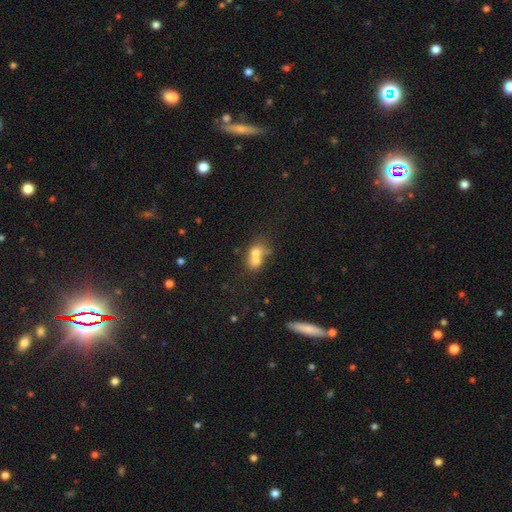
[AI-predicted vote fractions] smooth-or-featured: smooth: 66% | featured or disk: 22% | star or artifact: 12%
  how-rounded: round: 50% | in between: 48% | cigar-shaped: 2%
  merging: merger: 69% | none: 19% | minor disturbance: 7% | major disturbance: 5%